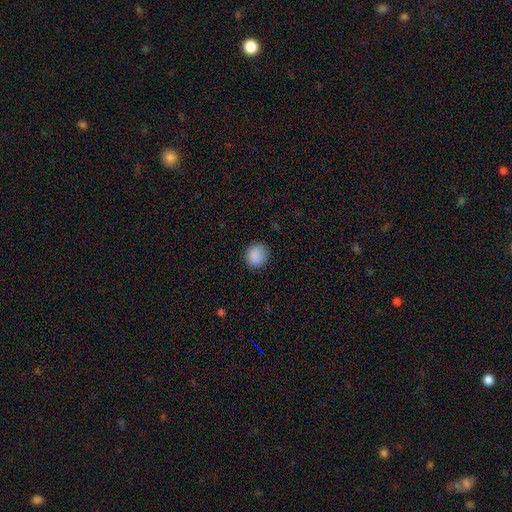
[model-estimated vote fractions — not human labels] smooth 88%, star or artifact 8%, featured or disk 3%. Down the decision tree: how rounded — round (83%); merging — none (87%).